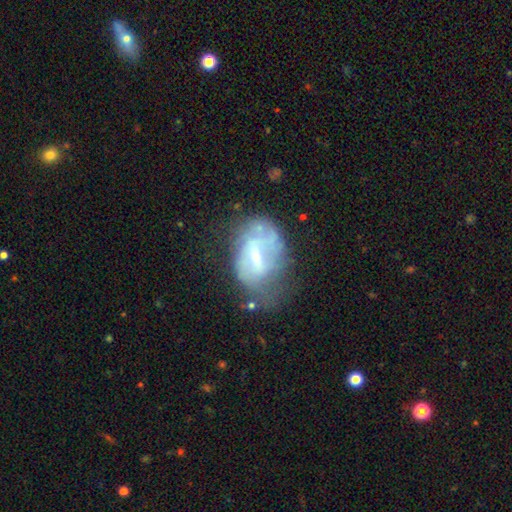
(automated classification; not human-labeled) Smooth or featured? Predicted: featured or disk (p=0.63). Edge-on disk? Predicted: no (p=0.95). Bar? Predicted: weak (p=0.51). Spiral arms? Predicted: yes (p=0.50, tied with no). Bulge size? Predicted: small (p=0.49). Merging? Predicted: none (p=0.35).